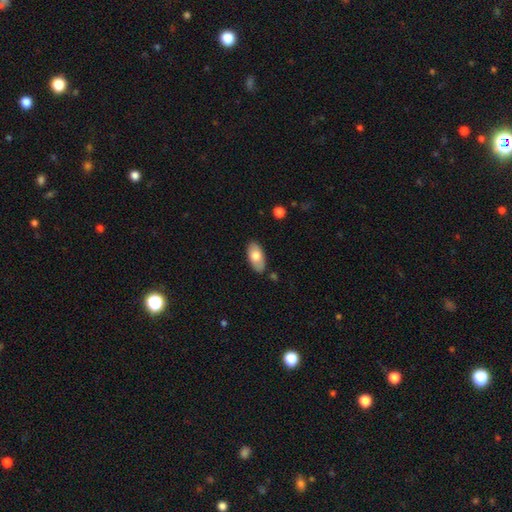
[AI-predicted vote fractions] Q: Smooth or featured?
A: smooth (73%); runner-up: featured or disk (21%)
Q: How rounded?
A: in between (94%); runner-up: cigar-shaped (3%)
Q: Merging?
A: none (84%); runner-up: minor disturbance (12%)